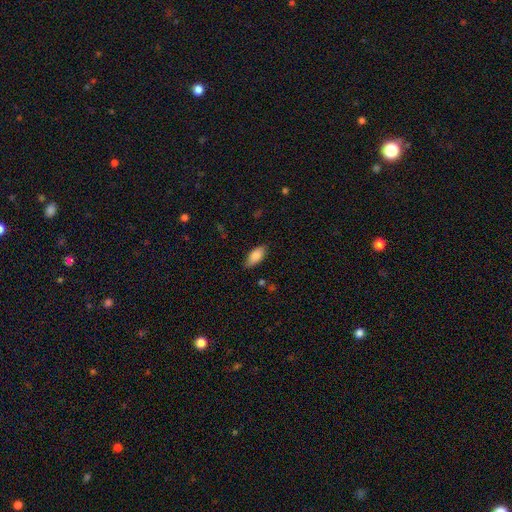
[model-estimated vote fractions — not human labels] smooth_or_featured: smooth (p=0.85) [alt: featured or disk p=0.09]
how_rounded: in between (p=0.87) [alt: cigar-shaped p=0.11]
merging: none (p=0.82) [alt: minor disturbance p=0.15]